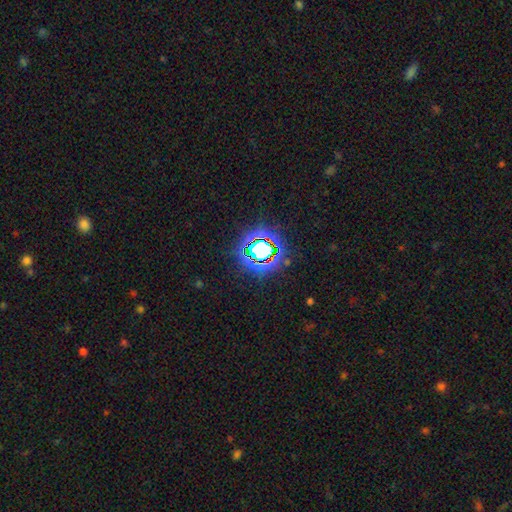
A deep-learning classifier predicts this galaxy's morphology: Smooth or featured? Predicted: star or artifact (p=0.79).